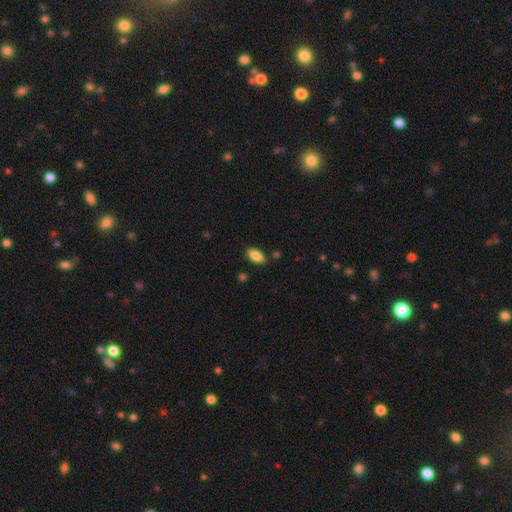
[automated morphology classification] A smooth galaxy with no disk features (88%) that is in between round and cigar-shaped (92%).

Vote fractions:
- Smooth or featured? smooth: 88% / star or artifact: 7% / featured or disk: 5%
- How rounded? in between: 92% / cigar-shaped: 5% / round: 3%
- Merging? none: 86% / minor disturbance: 10% / major disturbance: 2% / merger: 2%